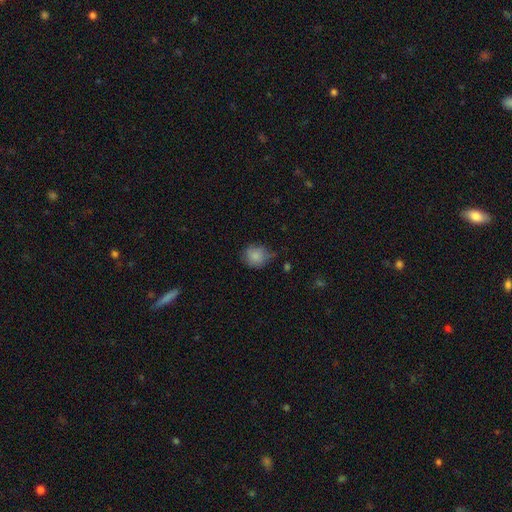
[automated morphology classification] Smooth or featured? smooth (84%)
How rounded? round (76%)
Merging? none (59%)